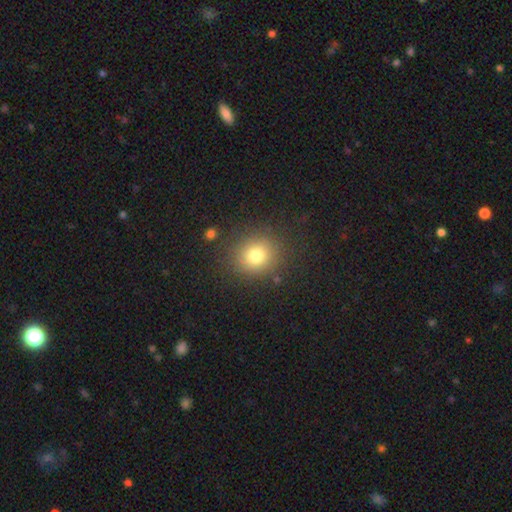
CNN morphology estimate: Overall: smooth (78%). How rounded: round (87%). Merging: none (86%).